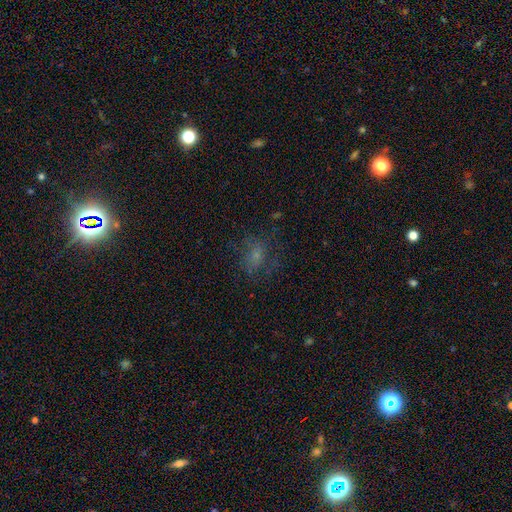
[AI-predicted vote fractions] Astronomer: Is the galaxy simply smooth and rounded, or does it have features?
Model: smooth — 50% (runner-up: featured or disk, 29%).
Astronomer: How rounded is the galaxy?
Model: in between — 58% (runner-up: round, 39%).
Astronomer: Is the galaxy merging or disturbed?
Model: none — 58%.